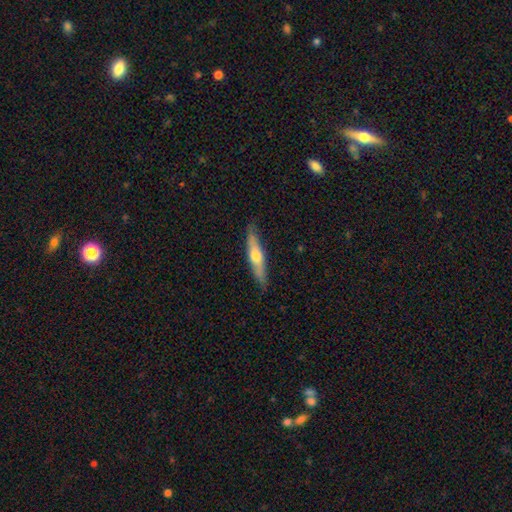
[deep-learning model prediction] Smooth or featured?
  - featured or disk: 48% *
  - smooth: 47%
  - star or artifact: 5%
Merging?
  - none: 85% *
  - minor disturbance: 11%
  - major disturbance: 2%
  - merger: 1%